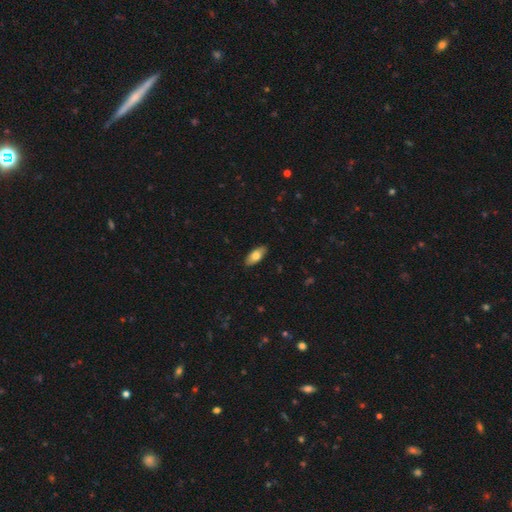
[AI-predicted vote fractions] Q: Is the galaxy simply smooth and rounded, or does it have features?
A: smooth — 76%.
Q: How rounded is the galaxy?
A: in between — 87%.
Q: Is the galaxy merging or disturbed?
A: none — 88%.